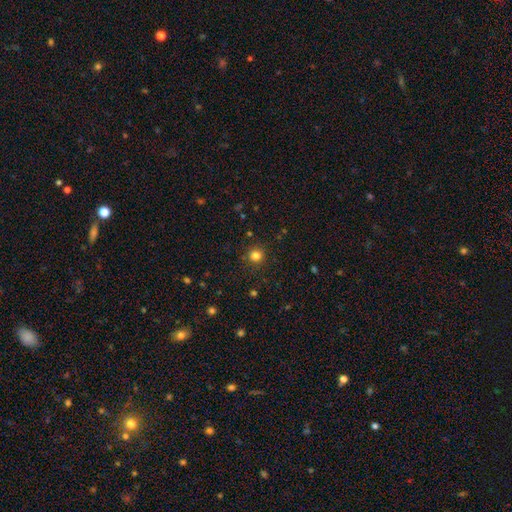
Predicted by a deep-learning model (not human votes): Smooth or featured? smooth (81%)
How rounded? round (93%)
Merging? none (90%)